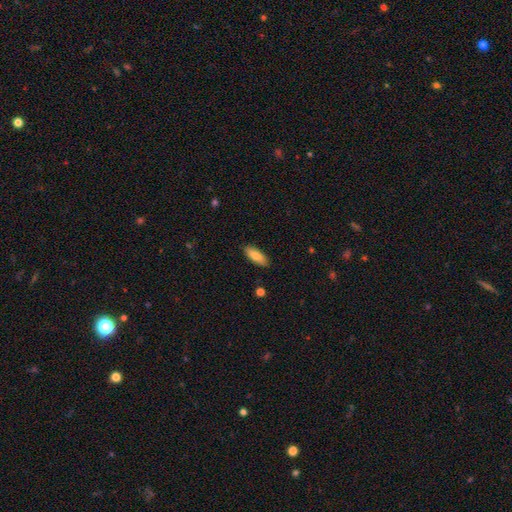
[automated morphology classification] Overall: smooth (83%). How rounded: in between (76%). Merging: none (88%).